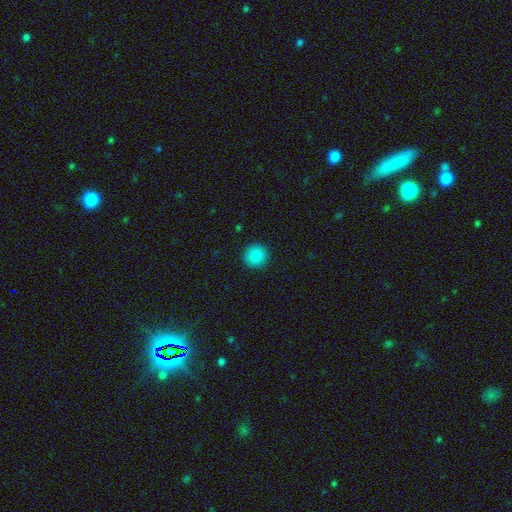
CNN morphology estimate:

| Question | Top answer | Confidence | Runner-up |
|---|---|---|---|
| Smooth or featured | smooth | 84% | star or artifact (9%) |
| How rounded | round | 95% | in between (4%) |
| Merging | none | 93% | minor disturbance (5%) |